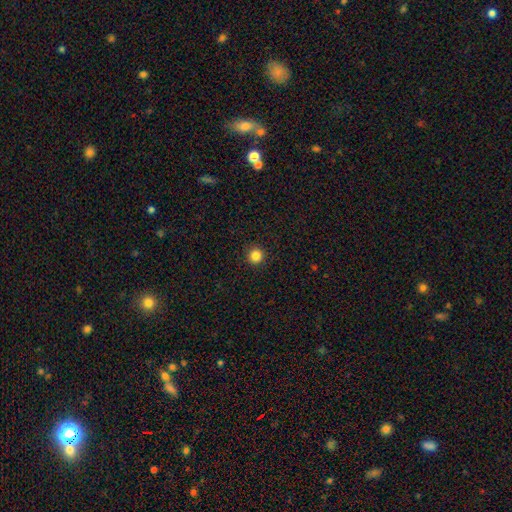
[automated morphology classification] A smooth galaxy with no disk features (85%) that is round (96%). Merging: none (93%).